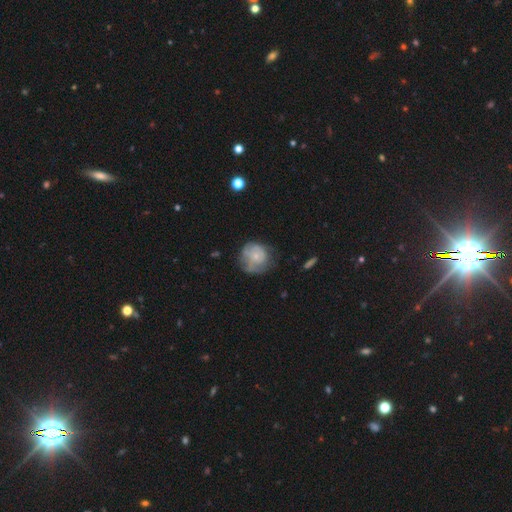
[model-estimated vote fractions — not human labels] This is possibly a featured or disk galaxy (48%). Merging: possibly none (51%).